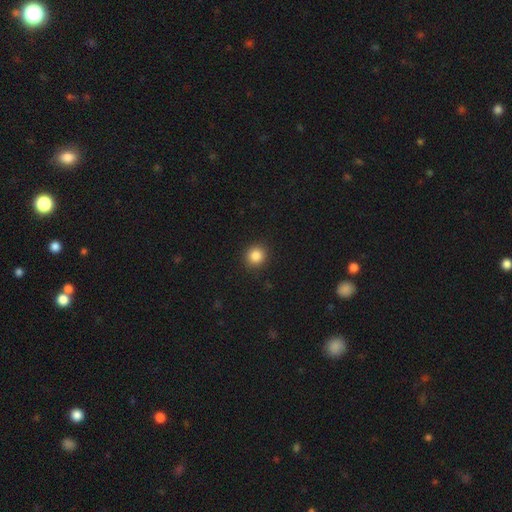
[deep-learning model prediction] A smooth galaxy with no disk features (85%) that is round (89%).

Vote fractions:
- Smooth or featured? smooth: 85% / star or artifact: 10% / featured or disk: 4%
- How rounded? round: 89% / in between: 10% / cigar-shaped: 1%
- Merging? none: 92% / minor disturbance: 6% / major disturbance: 2% / merger: 1%